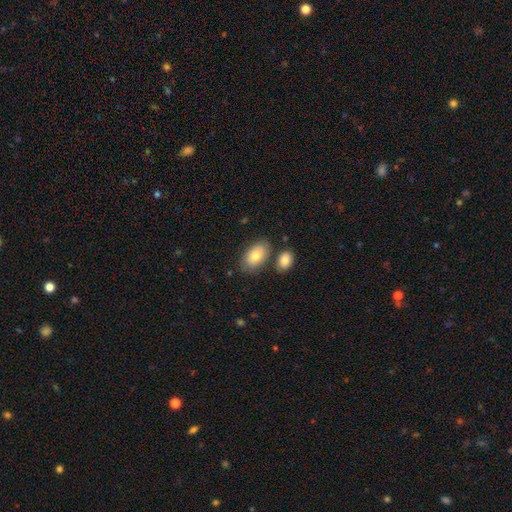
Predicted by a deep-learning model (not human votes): Smooth or featured?
  - smooth: 78% *
  - featured or disk: 16%
  - star or artifact: 7%
How rounded?
  - in between: 92% *
  - round: 6%
  - cigar-shaped: 1%
Merging?
  - none: 71% *
  - minor disturbance: 14%
  - merger: 12%
  - major disturbance: 4%